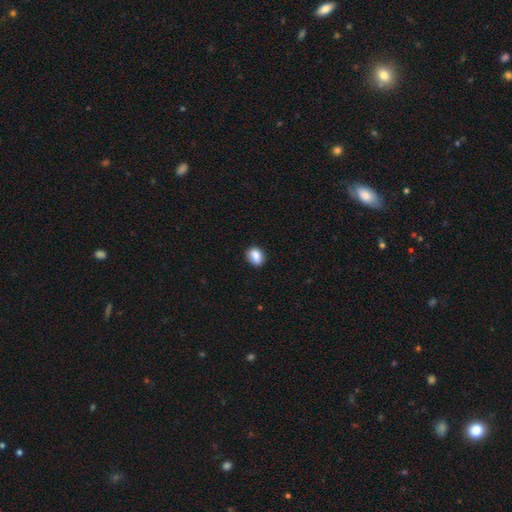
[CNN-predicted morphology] Smooth or featured? smooth (86%)
How rounded? in between (51%)
Merging? none (87%)